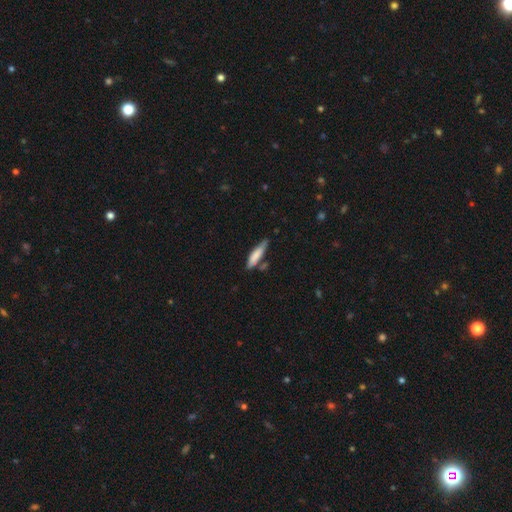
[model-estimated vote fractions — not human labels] smooth-or-featured: smooth: 77% | featured or disk: 17% | star or artifact: 6%
  how-rounded: cigar-shaped: 73% | in between: 25% | round: 2%
  merging: none: 61% | minor disturbance: 23% | merger: 11% | major disturbance: 5%